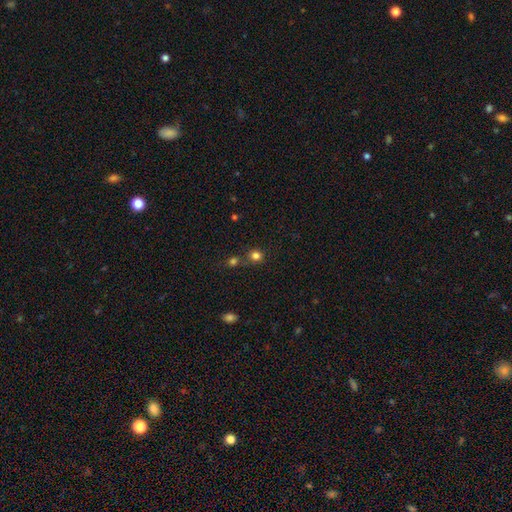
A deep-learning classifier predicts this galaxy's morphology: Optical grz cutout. It shows a smooth galaxy with no disk features (79%) that is round (88%). Merging: none (67%).